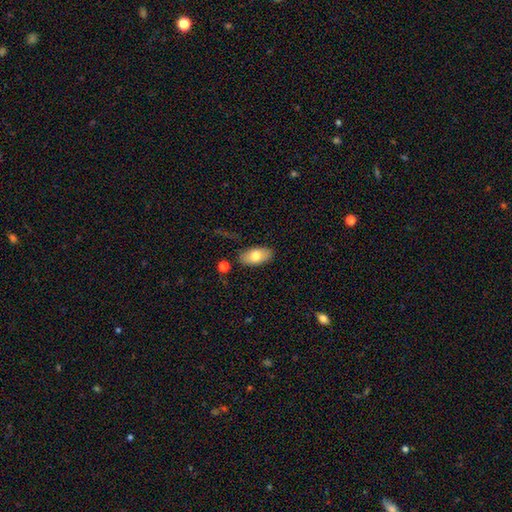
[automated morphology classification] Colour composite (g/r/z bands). It shows a smooth galaxy with no disk features (75%) that is in between round and cigar-shaped (93%). Merging: none (84%).